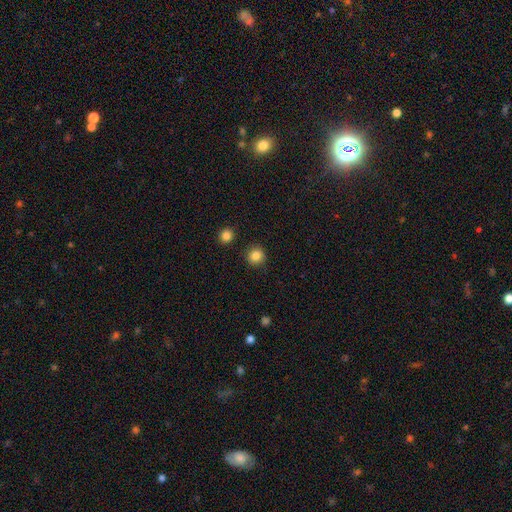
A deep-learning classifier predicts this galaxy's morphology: This is clearly a smooth galaxy (85%). How rounded: clearly round (92%). Merging: clearly none (90%).